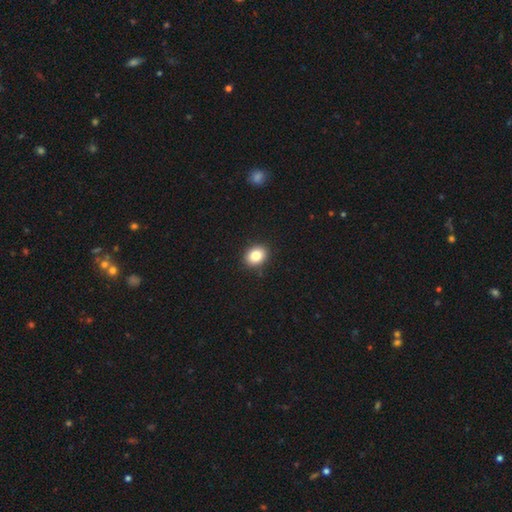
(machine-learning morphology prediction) smooth_or_featured: smooth (p=0.82) [alt: star or artifact p=0.10]
how_rounded: round (p=0.52) [alt: in between p=0.48]
merging: none (p=0.90) [alt: minor disturbance p=0.07]